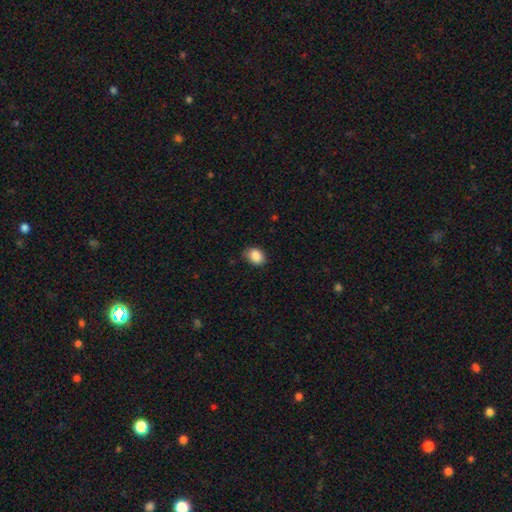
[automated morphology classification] This appears to be a smooth galaxy with no disk features (87%) that is in between round and cigar-shaped (66%). Merging: none (77%).